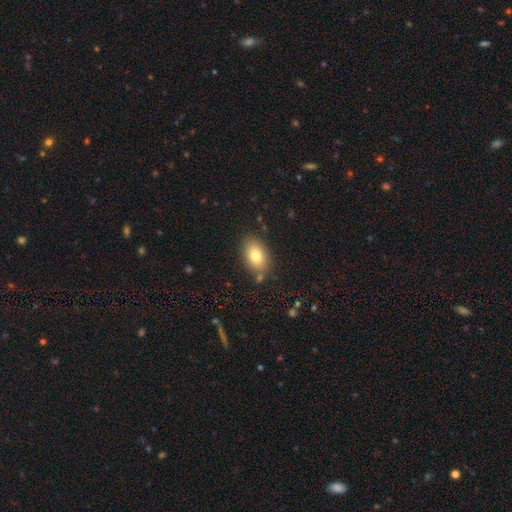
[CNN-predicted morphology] Smooth or featured: smooth — 80% (featured or disk — 12%)
How rounded: in between — 87% (round — 12%)
Merging: none — 81% (minor disturbance — 12%)